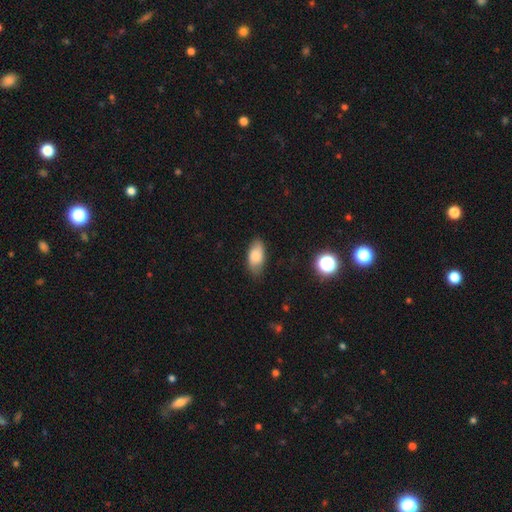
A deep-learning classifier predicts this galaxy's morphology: smooth-or-featured: smooth: 81% | featured or disk: 11% | star or artifact: 8%
  how-rounded: in between: 90% | cigar-shaped: 5% | round: 4%
  merging: none: 76% | minor disturbance: 19% | major disturbance: 4% | merger: 1%